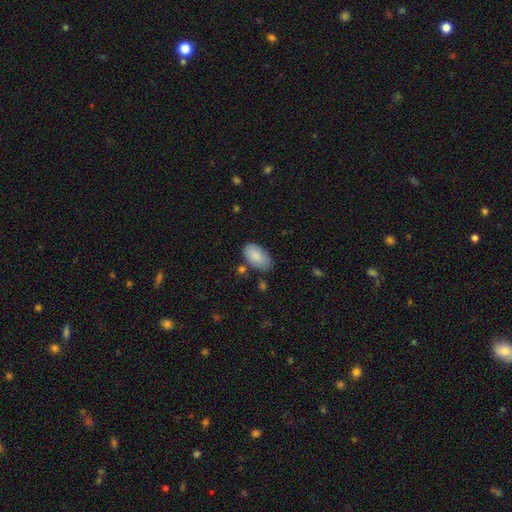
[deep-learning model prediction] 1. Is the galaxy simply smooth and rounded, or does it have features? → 86% smooth, 8% featured or disk, 6% star or artifact.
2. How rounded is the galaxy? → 95% in between, 3% round, 2% cigar-shaped.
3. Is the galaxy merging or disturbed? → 72% none, 19% minor disturbance, 5% merger, 4% major disturbance.